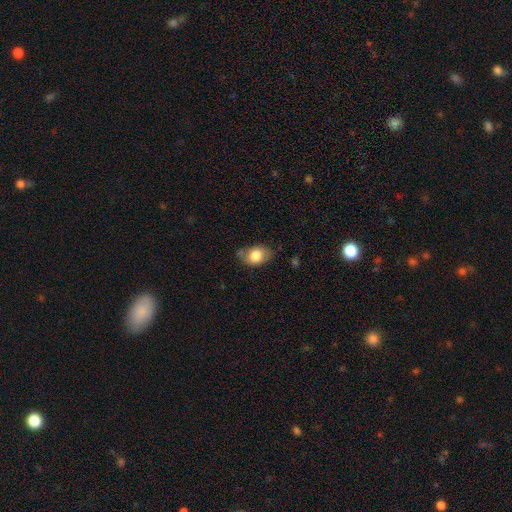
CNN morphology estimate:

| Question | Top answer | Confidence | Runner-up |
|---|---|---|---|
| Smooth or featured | smooth | 80% | featured or disk (12%) |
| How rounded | in between | 75% | round (23%) |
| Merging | none | 67% | minor disturbance (24%) |